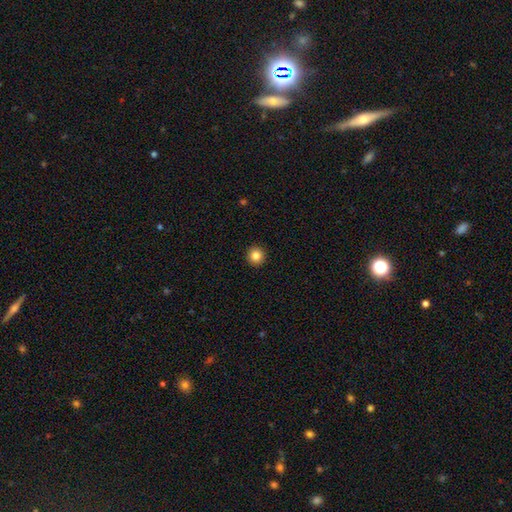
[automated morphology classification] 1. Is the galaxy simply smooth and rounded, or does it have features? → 84% smooth, 11% star or artifact, 5% featured or disk.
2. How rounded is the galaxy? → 96% round, 3% in between, 1% cigar-shaped.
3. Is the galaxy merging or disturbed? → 93% none, 4% minor disturbance, 1% major disturbance, 1% merger.